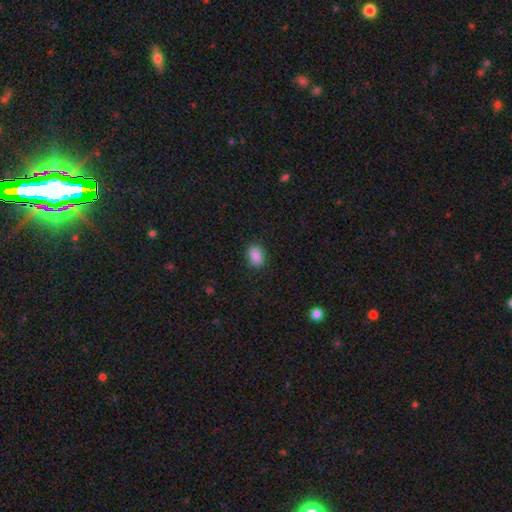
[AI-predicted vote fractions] The model was most divided on "how rounded": in between: 79%, round: 20%, cigar-shaped: 1%. More confident: smooth or featured — smooth (88%); merging — none (86%).